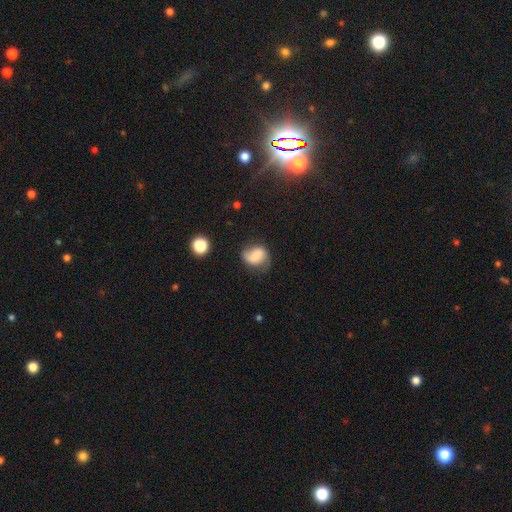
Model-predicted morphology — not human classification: A smooth galaxy with no disk features (55%) that is round (50%).

Vote fractions:
- Smooth or featured? smooth: 55% / featured or disk: 35% / star or artifact: 10%
- How rounded? round: 50% / in between: 49% / cigar-shaped: 1%
- Merging? none: 48% / minor disturbance: 31% / major disturbance: 19% / merger: 3%